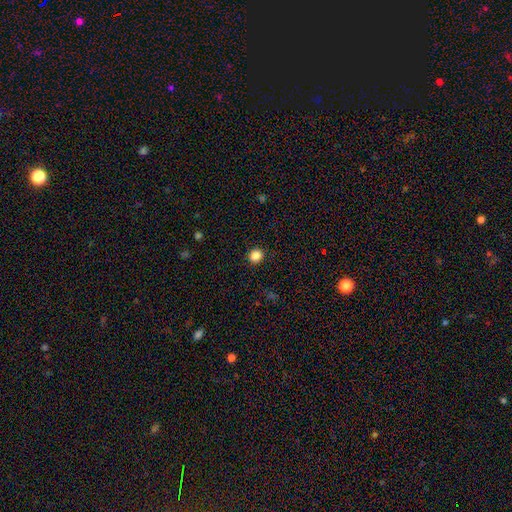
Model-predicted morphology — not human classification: Smooth or featured: smooth — 86% (star or artifact — 11%)
How rounded: round — 86% (in between — 14%)
Merging: none — 92% (minor disturbance — 5%)